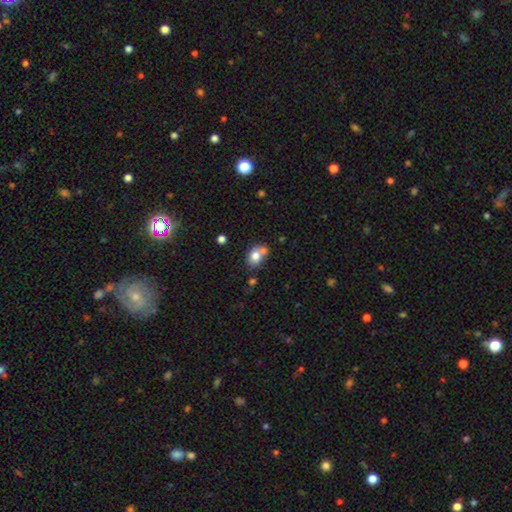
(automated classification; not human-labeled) This is likely a smooth galaxy (77%). How rounded: possibly in between (55%). Merging: marginally none (45%).